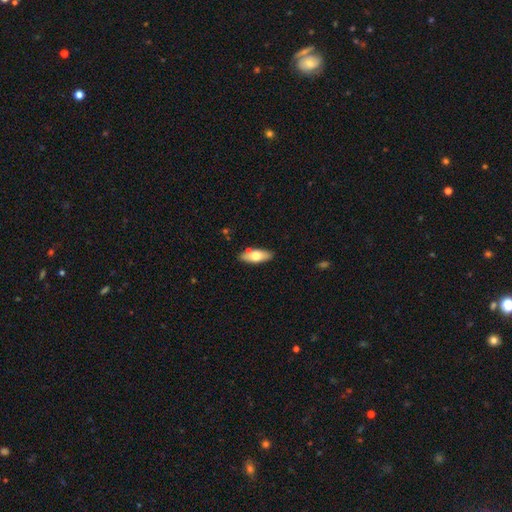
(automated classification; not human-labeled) smooth 63%, featured or disk 31%, star or artifact 6%. Down the decision tree: how rounded — in between (73%); merging — none (84%).